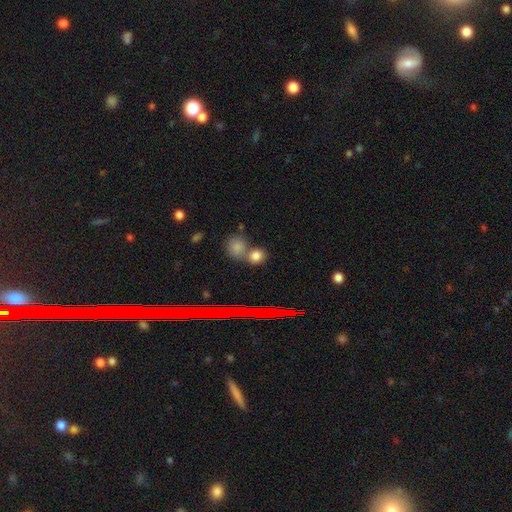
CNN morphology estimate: This is likely a smooth galaxy (77%). How rounded: likely round (78%). Merging: possibly none (53%).